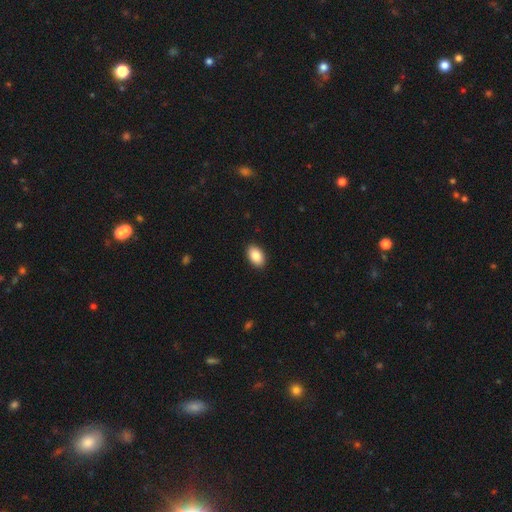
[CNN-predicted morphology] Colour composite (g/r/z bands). It shows a smooth galaxy with no disk features (88%) that is in between round and cigar-shaped (92%). Merging: none (91%).